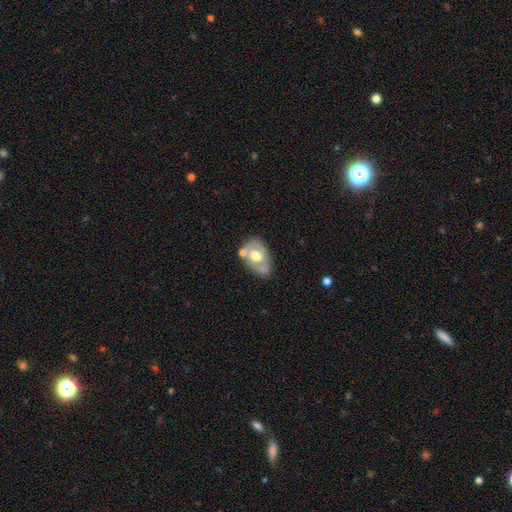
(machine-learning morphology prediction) Q: Smooth or featured?
A: featured or disk (55%); runner-up: smooth (39%)
Q: Edge-on disk?
A: no (92%); runner-up: yes (8%)
Q: Bar?
A: no (73%); runner-up: weak (21%)
Q: Spiral arms?
A: no (70%); runner-up: yes (30%)
Q: Bulge size?
A: moderate (63%); runner-up: large (28%)
Q: Merging?
A: none (51%); runner-up: minor disturbance (23%)